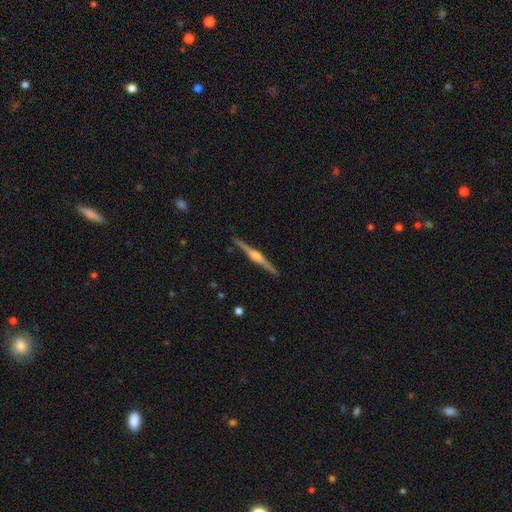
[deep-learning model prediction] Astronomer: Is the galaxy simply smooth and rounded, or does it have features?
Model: featured or disk — 85%.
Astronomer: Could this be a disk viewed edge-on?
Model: yes — 99%.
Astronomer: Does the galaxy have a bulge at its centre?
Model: rounded — 85%.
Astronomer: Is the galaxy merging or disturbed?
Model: none — 91%.